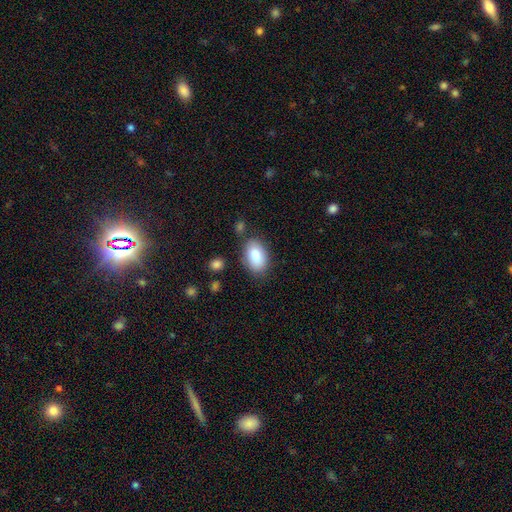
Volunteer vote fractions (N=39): Smooth or featured? 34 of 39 (87%) said smooth. How rounded? 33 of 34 (97%) said in between. Merging? 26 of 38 (68%) said none.